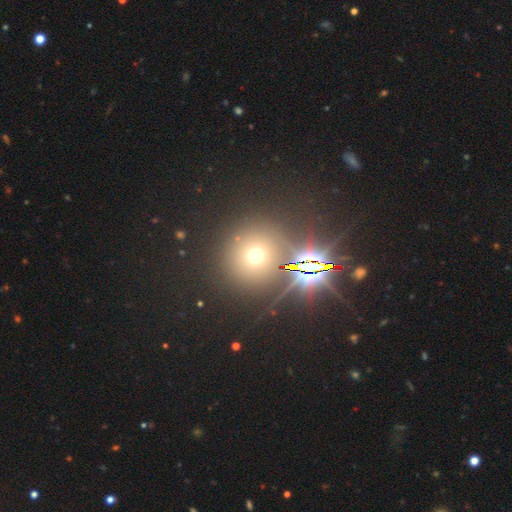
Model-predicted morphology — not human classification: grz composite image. It shows a smooth galaxy with no disk features (56%) that is round (91%). Merging: none (83%).